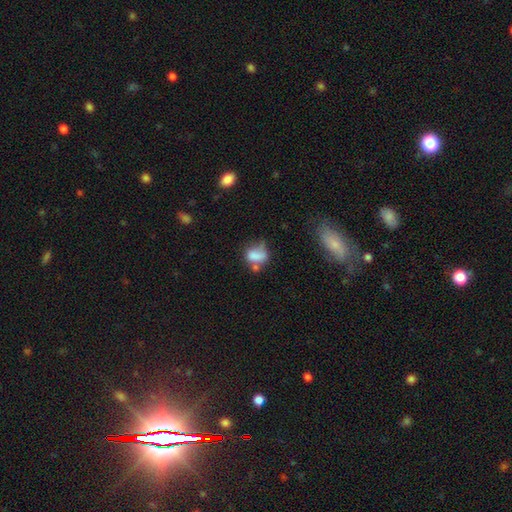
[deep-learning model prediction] Smooth or featured? Predicted: smooth (p=0.70). How rounded? Predicted: in between (p=0.66). Merging? Predicted: none (p=0.29).